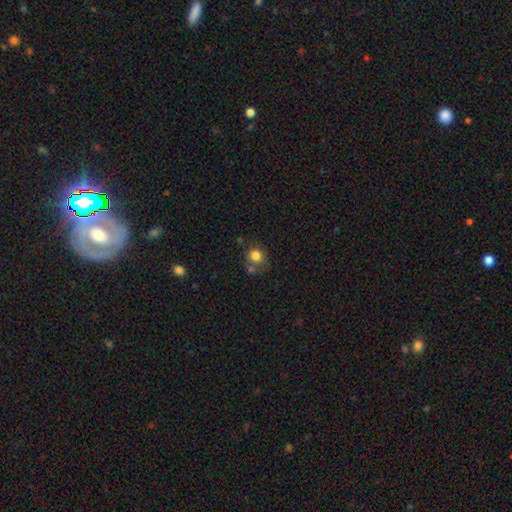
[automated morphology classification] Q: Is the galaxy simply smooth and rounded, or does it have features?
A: smooth — 81%.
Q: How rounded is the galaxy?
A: round — 83%.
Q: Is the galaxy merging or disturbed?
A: none — 53%.